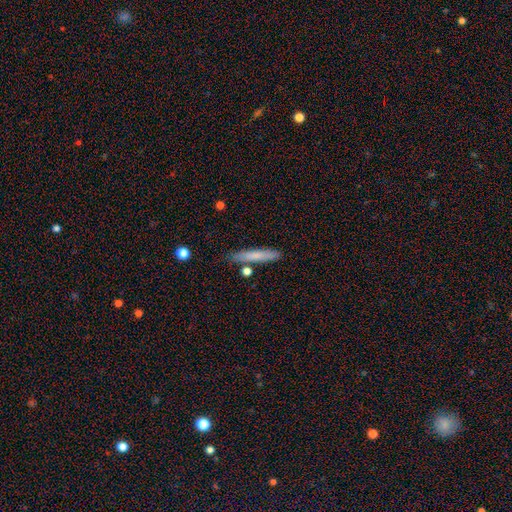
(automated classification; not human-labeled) Smooth or featured?
  - smooth: 73% *
  - featured or disk: 20%
  - star or artifact: 7%
How rounded?
  - cigar-shaped: 91% *
  - in between: 7%
  - round: 2%
Merging?
  - none: 80% *
  - minor disturbance: 13%
  - merger: 5%
  - major disturbance: 3%